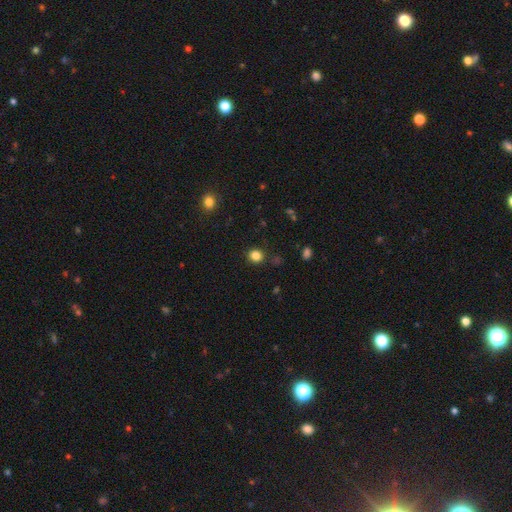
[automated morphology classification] smooth 83%, star or artifact 13%, featured or disk 4%. Down the decision tree: how rounded — round (83%); merging — none (88%).